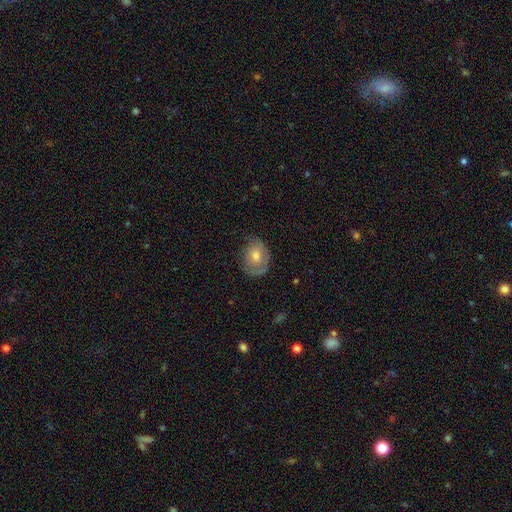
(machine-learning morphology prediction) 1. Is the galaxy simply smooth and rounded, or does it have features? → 53% smooth, 38% featured or disk, 8% star or artifact.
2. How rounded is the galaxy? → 59% in between, 40% round, 1% cigar-shaped.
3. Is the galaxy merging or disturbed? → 64% none, 25% minor disturbance, 9% major disturbance, 1% merger.